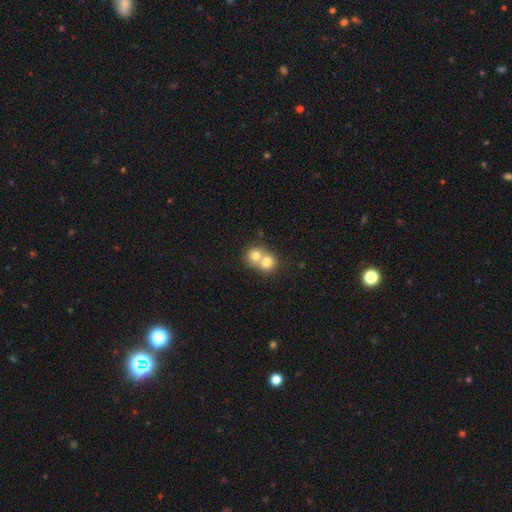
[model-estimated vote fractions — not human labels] A smooth galaxy with no disk features (73%) that is round (76%).

Vote fractions:
- Smooth or featured? smooth: 73% / featured or disk: 18% / star or artifact: 9%
- How rounded? round: 76% / in between: 23% / cigar-shaped: 1%
- Merging? merger: 70% / none: 24% / minor disturbance: 4% / major disturbance: 2%